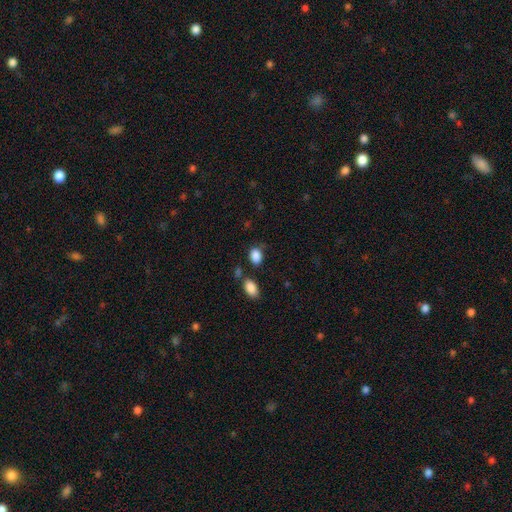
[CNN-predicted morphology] This is clearly a smooth galaxy (87%). How rounded: likely in between (67%). Merging: likely none (66%).